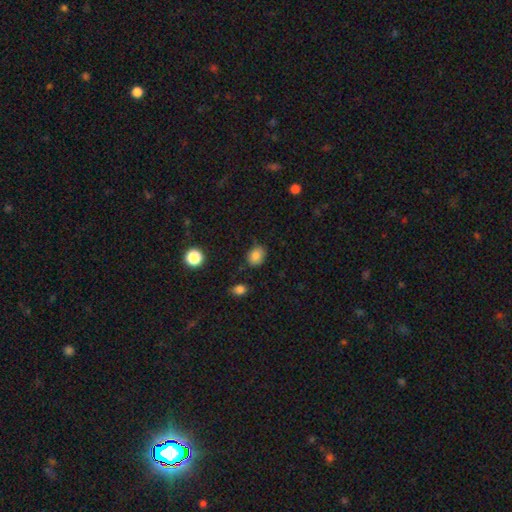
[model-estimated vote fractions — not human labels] Smooth or featured? smooth (84%)
How rounded? in between (55%)
Merging? none (80%)